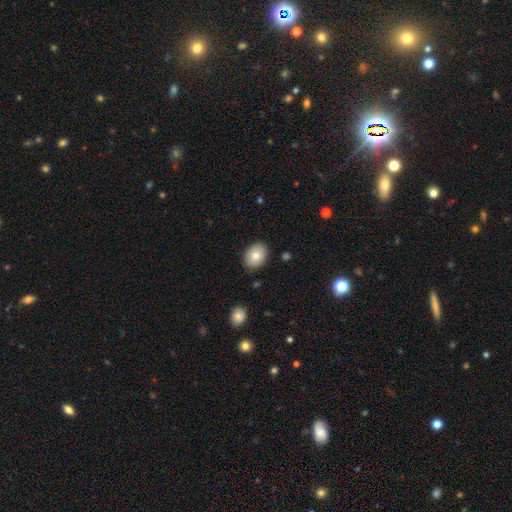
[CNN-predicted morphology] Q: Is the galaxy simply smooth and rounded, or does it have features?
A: smooth — 80%.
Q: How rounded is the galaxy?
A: in between — 65%.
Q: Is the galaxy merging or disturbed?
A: none — 88%.